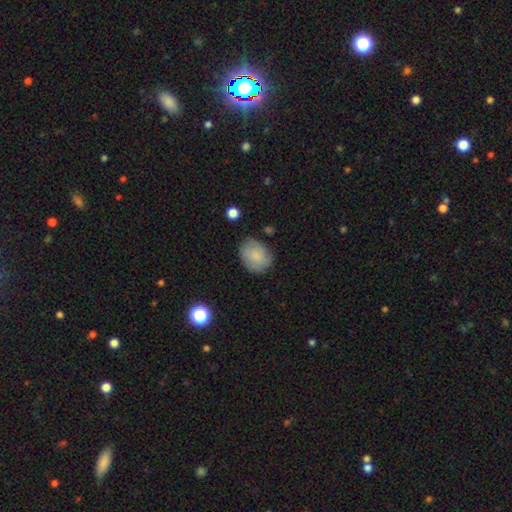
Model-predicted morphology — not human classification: Smooth or featured? Predicted: smooth (p=0.79). How rounded? Predicted: round (p=0.50). Merging? Predicted: none (p=0.75).